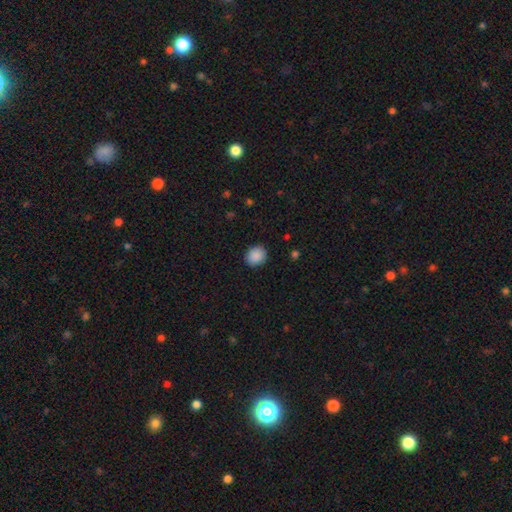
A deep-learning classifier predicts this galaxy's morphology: Q: Smooth or featured?
A: smooth (89%); runner-up: star or artifact (8%)
Q: How rounded?
A: round (66%); runner-up: in between (33%)
Q: Merging?
A: none (88%); runner-up: minor disturbance (9%)